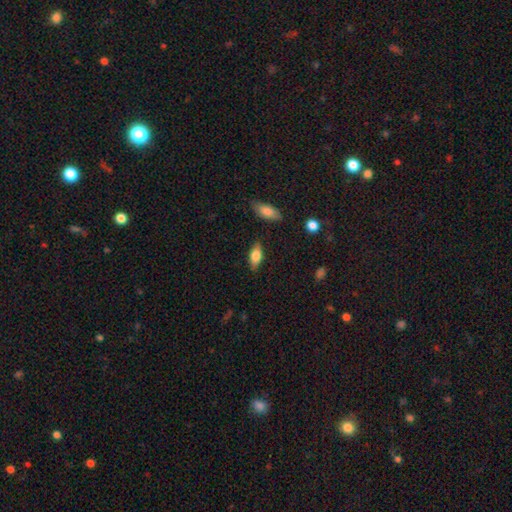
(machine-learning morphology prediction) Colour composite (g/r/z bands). It shows a smooth galaxy with no disk features (75%) that is in between round and cigar-shaped (84%). Merging: none (83%).